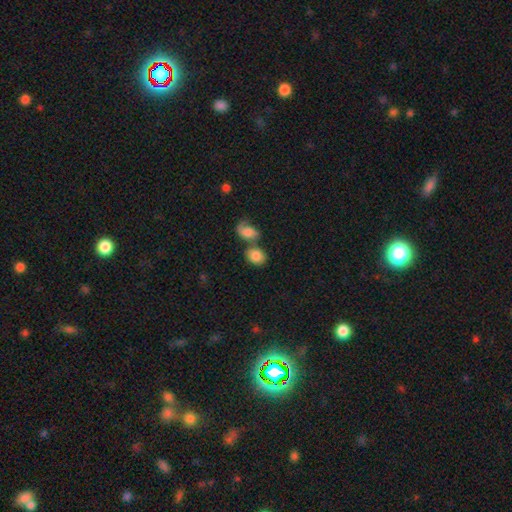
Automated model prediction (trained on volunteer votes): A smooth galaxy with no disk features (81%) that is round (51%).

Vote fractions:
- Smooth or featured? smooth: 81% / featured or disk: 11% / star or artifact: 8%
- How rounded? round: 51% / in between: 48% / cigar-shaped: 1%
- Merging? none: 44% / merger: 40% / minor disturbance: 11% / major disturbance: 5%